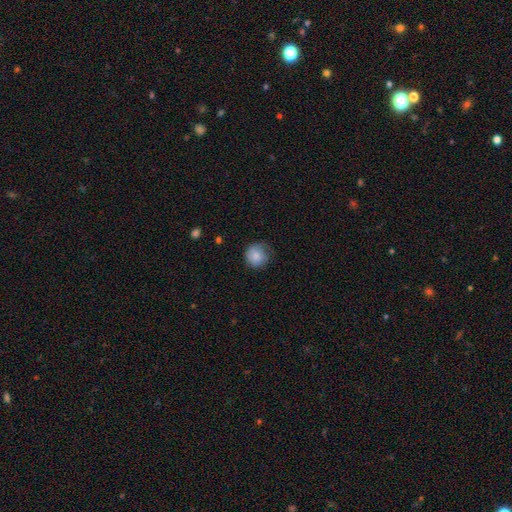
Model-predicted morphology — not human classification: Smooth or featured? smooth (83%)
How rounded? round (91%)
Merging? none (68%)